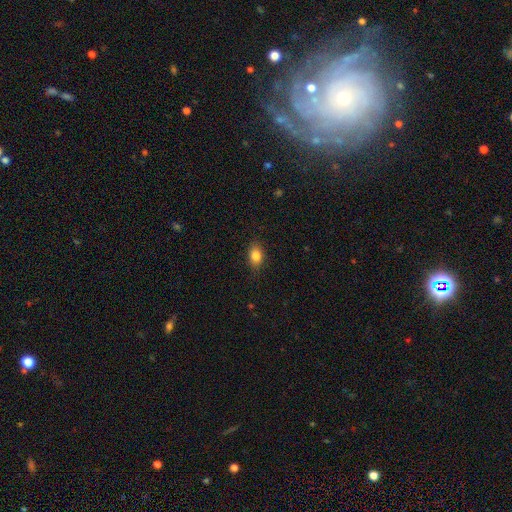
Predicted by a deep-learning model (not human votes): smooth-or-featured: smooth: 83% | star or artifact: 9% | featured or disk: 7%
  how-rounded: in between: 77% | round: 20% | cigar-shaped: 2%
  merging: none: 85% | minor disturbance: 12% | major disturbance: 3% | merger: 1%